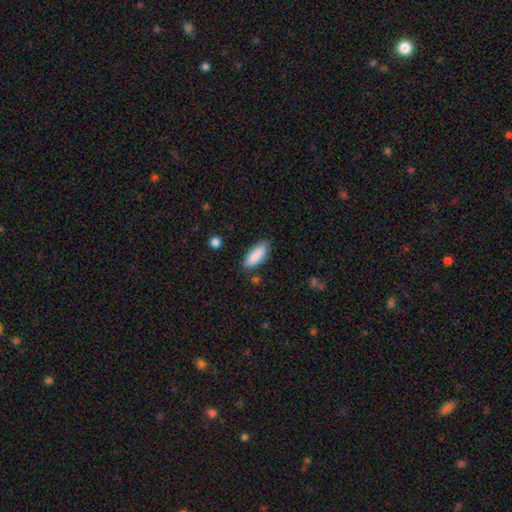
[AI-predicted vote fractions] Morphology: type=smooth (88%); roundness=in between (68%); merging=none (82%).